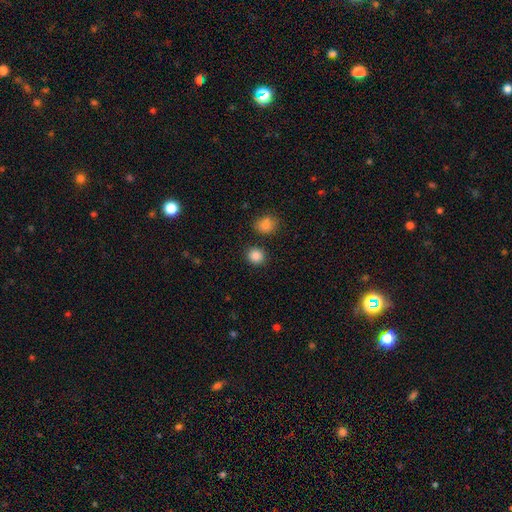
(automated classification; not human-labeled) Smooth or featured? smooth (86%)
How rounded? round (86%)
Merging? none (86%)